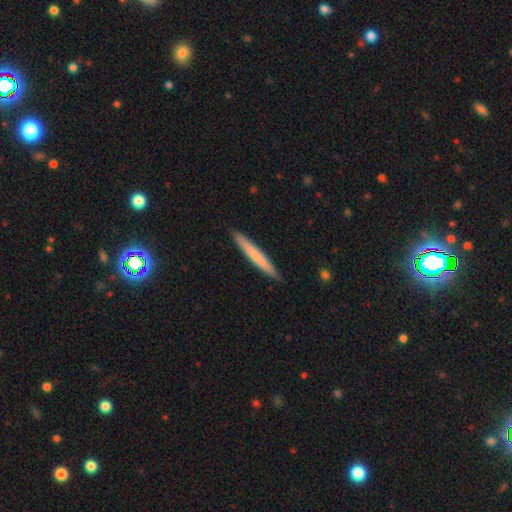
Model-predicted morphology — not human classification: smooth 67%, featured or disk 28%, star or artifact 5%. Down the decision tree: how rounded — cigar-shaped (96%); merging — none (91%).